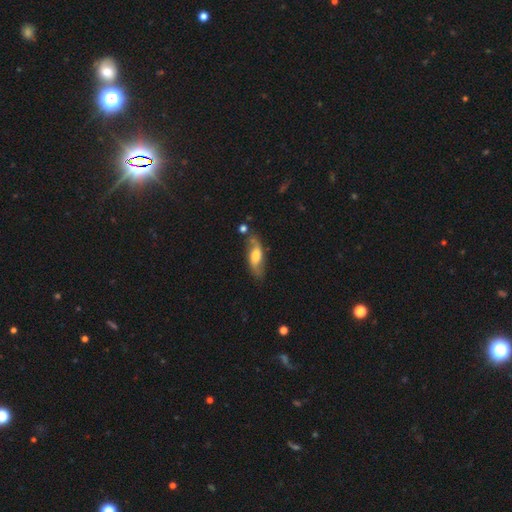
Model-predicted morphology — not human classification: smooth-or-featured: featured or disk: 48% | smooth: 46% | star or artifact: 7%
  merging: none: 63% | minor disturbance: 22% | major disturbance: 7% | merger: 7%